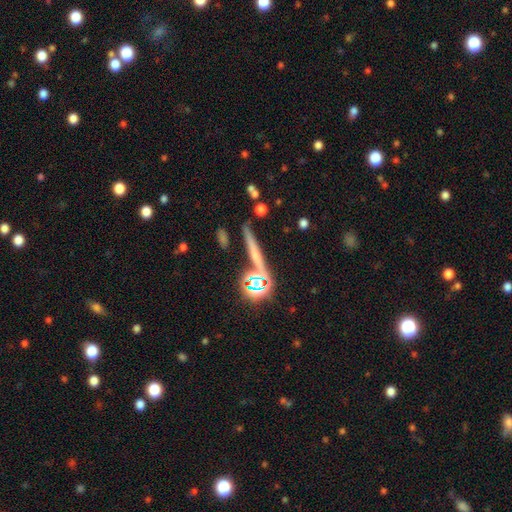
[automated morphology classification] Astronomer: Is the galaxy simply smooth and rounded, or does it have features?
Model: smooth — 41% (runner-up: featured or disk, 32%).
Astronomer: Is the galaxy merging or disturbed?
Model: none — 78%.